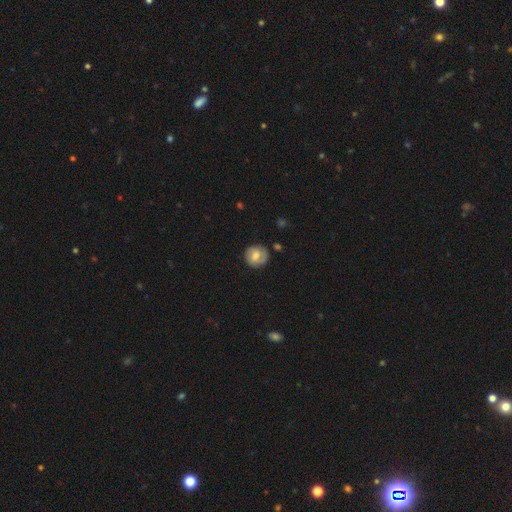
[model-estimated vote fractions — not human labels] The model was most divided on "smooth or featured": smooth: 55%, featured or disk: 38%, star or artifact: 7%. More confident: how rounded — round (88%); merging — none (82%).